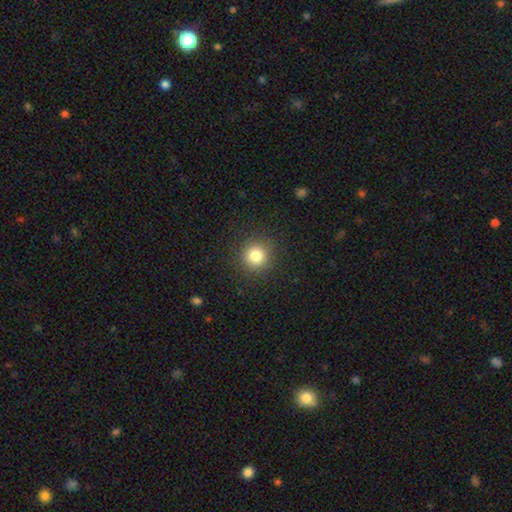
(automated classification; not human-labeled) The model was most divided on "smooth or featured": smooth: 82%, star or artifact: 13%, featured or disk: 6%. More confident: how rounded — round (94%); merging — none (90%).